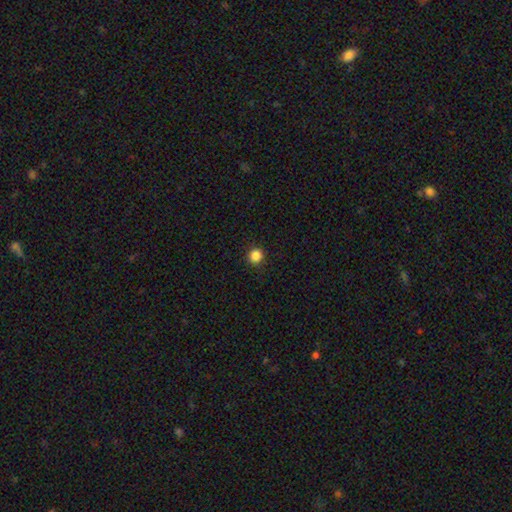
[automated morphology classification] Smooth or featured? Predicted: smooth (p=0.86). How rounded? Predicted: round (p=0.93). Merging? Predicted: none (p=0.92).